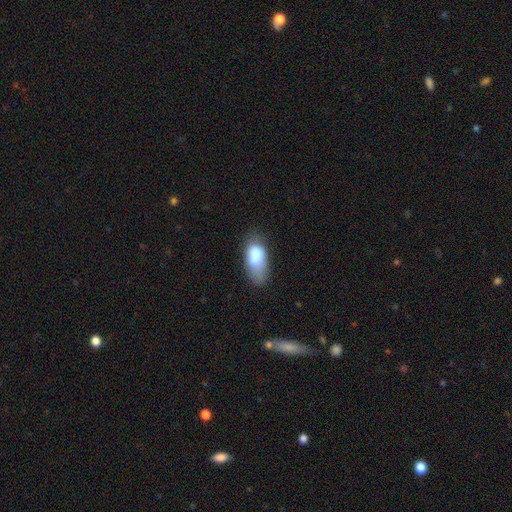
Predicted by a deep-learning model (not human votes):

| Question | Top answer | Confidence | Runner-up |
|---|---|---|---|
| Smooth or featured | smooth | 81% | featured or disk (11%) |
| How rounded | in between | 91% | cigar-shaped (5%) |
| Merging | none | 44% | minor disturbance (36%) |